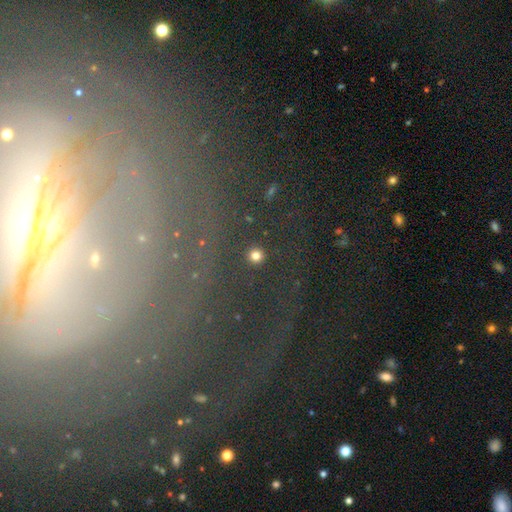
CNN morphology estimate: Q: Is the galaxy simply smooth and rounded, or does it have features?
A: smooth — 80%.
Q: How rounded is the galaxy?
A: round — 95%.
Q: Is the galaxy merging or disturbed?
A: none — 91%.